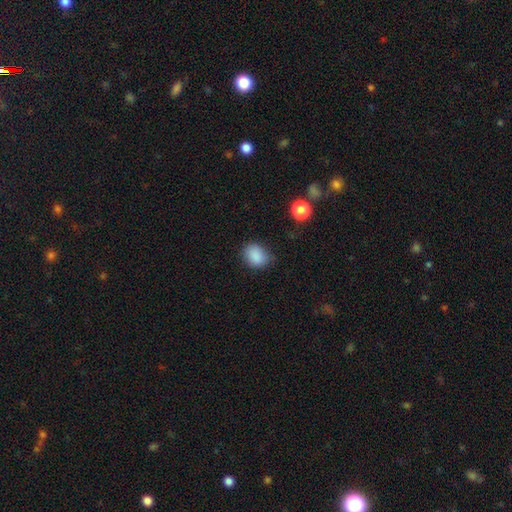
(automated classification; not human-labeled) Smooth or featured: smooth — 86% (star or artifact — 10%)
How rounded: round — 51% (in between — 48%)
Merging: none — 70% (minor disturbance — 23%)